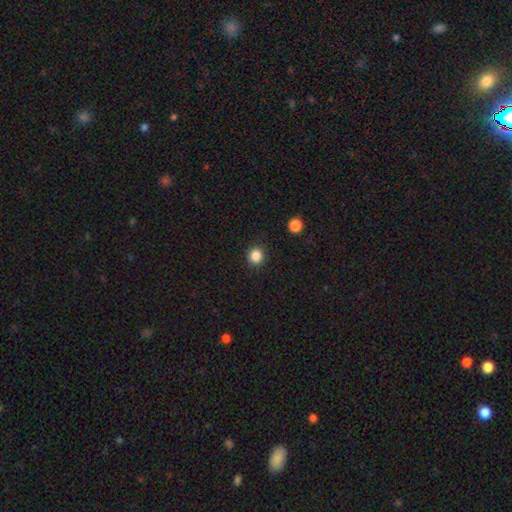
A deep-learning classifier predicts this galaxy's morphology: Smooth or featured: smooth — 86% (star or artifact — 11%)
How rounded: round — 90% (in between — 9%)
Merging: none — 91% (minor disturbance — 6%)